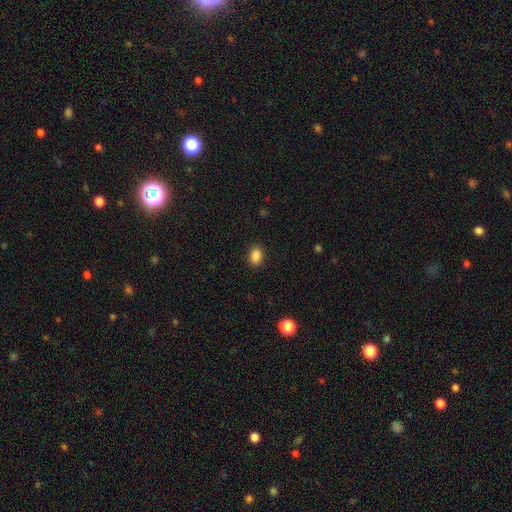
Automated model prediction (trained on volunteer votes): The model was most divided on "how rounded": in between: 73%, round: 26%, cigar-shaped: 1%. More confident: merging — none (89%); smooth or featured — smooth (87%).